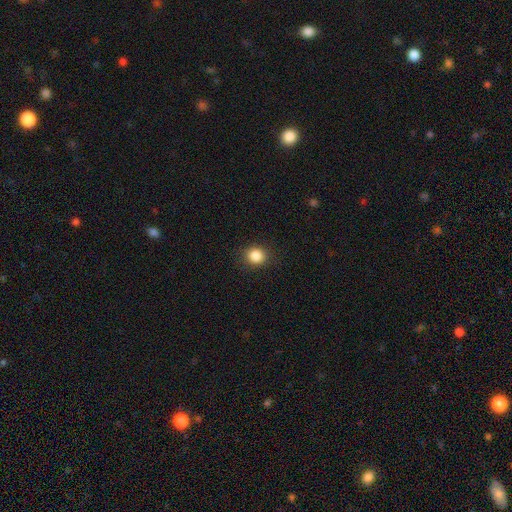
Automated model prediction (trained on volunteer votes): Smooth or featured?
  - smooth: 85% *
  - star or artifact: 11%
  - featured or disk: 4%
How rounded?
  - round: 81% *
  - in between: 18%
  - cigar-shaped: 1%
Merging?
  - none: 88% *
  - minor disturbance: 8%
  - major disturbance: 3%
  - merger: 1%